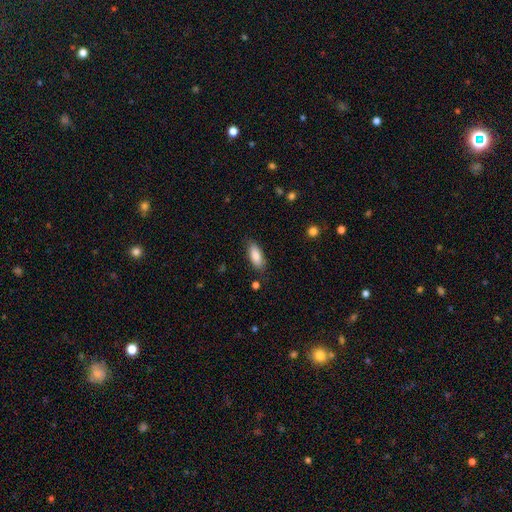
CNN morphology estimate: Smooth or featured? Predicted: smooth (p=0.85). How rounded? Predicted: in between (p=0.81). Merging? Predicted: none (p=0.83).